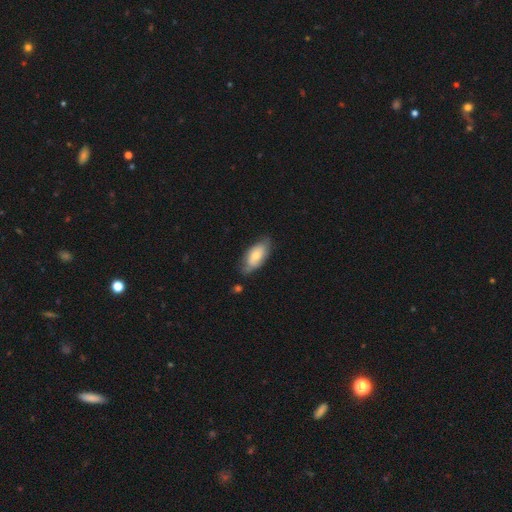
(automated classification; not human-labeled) This is likely a smooth galaxy (69%). How rounded: clearly in between (90%). Merging: likely none (64%).